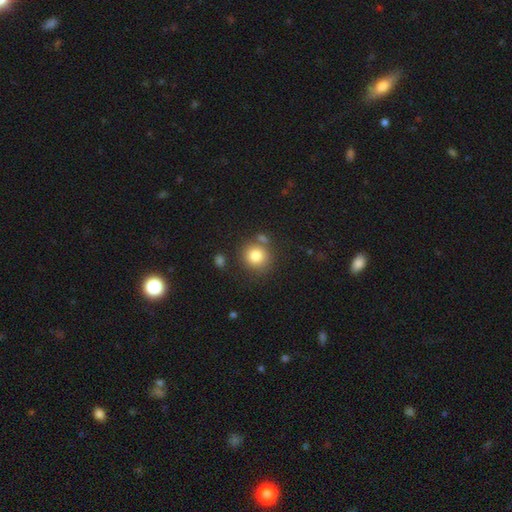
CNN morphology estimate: A smooth galaxy with no disk features (81%) that is round (89%).

Vote fractions:
- Smooth or featured? smooth: 81% / star or artifact: 10% / featured or disk: 8%
- How rounded? round: 89% / in between: 10% / cigar-shaped: 1%
- Merging? none: 72% / merger: 12% / minor disturbance: 11% / major disturbance: 4%